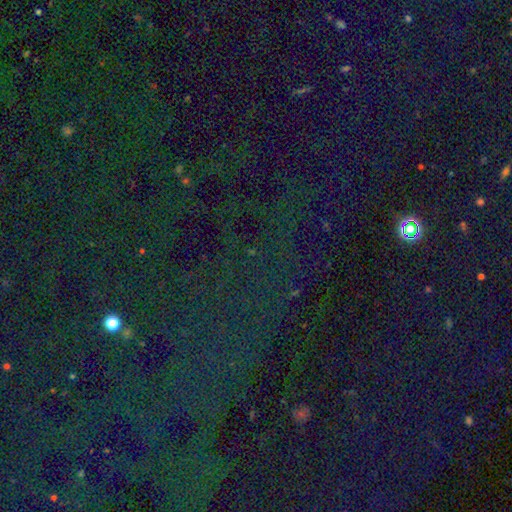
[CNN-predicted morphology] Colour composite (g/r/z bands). It shows a star or artifact, not a galaxy (83%).